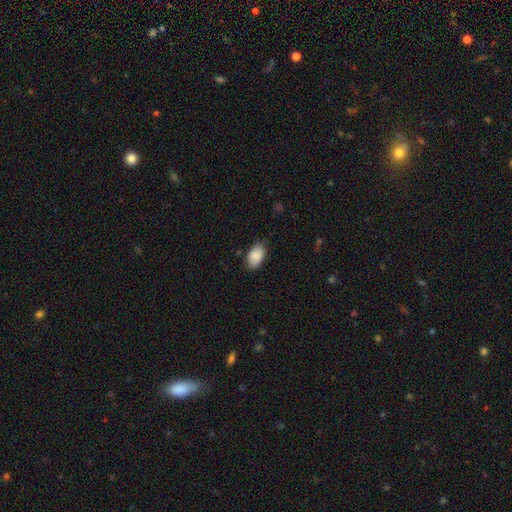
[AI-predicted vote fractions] Morphology: type=smooth (87%); roundness=in between (94%); merging=none (79%).